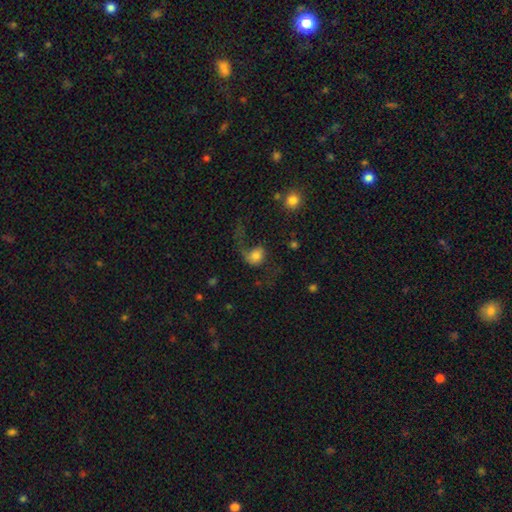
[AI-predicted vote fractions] This is possibly a smooth galaxy (55%). How rounded: likely round (62%). Merging: possibly major disturbance (47%).